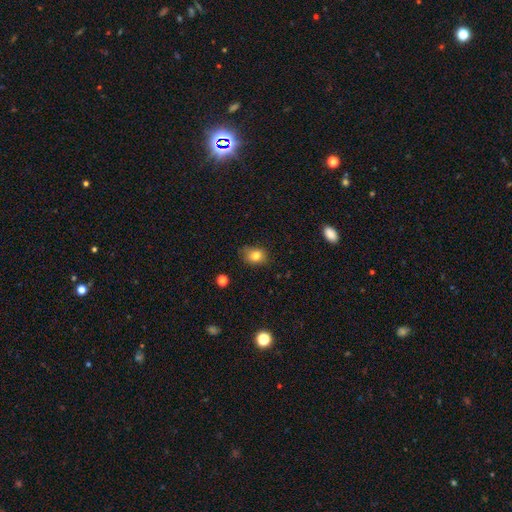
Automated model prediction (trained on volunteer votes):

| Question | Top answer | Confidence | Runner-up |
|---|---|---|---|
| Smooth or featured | smooth | 80% | star or artifact (11%) |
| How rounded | in between | 53% | round (46%) |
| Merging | none | 73% | minor disturbance (21%) |